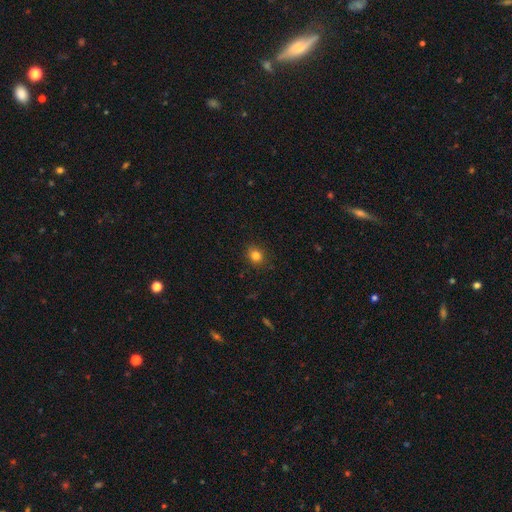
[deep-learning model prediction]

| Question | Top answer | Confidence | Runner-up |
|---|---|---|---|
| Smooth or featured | smooth | 82% | star or artifact (13%) |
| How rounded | round | 75% | in between (24%) |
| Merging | none | 89% | minor disturbance (8%) |